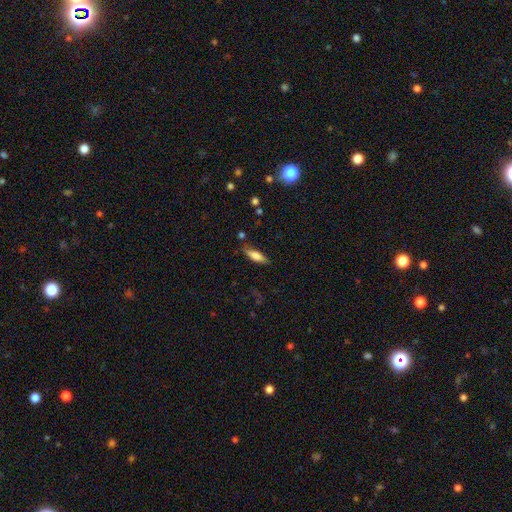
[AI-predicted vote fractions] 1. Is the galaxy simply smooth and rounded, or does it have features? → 69% smooth, 24% featured or disk, 7% star or artifact.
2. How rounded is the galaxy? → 53% cigar-shaped, 45% in between, 2% round.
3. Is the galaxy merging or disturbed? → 79% none, 15% minor disturbance, 3% major disturbance, 3% merger.